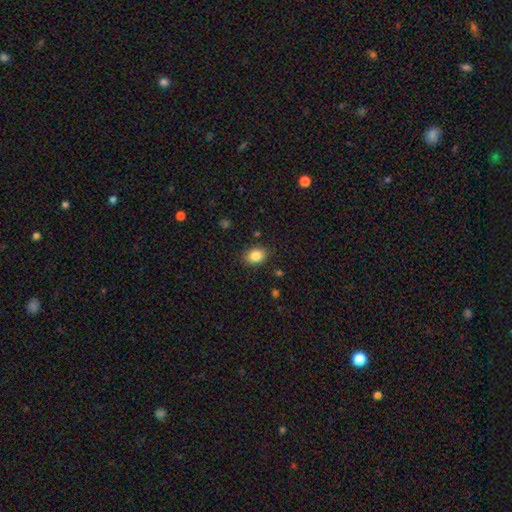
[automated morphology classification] Smooth or featured?
  - smooth: 85% *
  - star or artifact: 9%
  - featured or disk: 6%
How rounded?
  - in between: 65% *
  - round: 34%
  - cigar-shaped: 1%
Merging?
  - none: 85% *
  - minor disturbance: 11%
  - major disturbance: 3%
  - merger: 1%